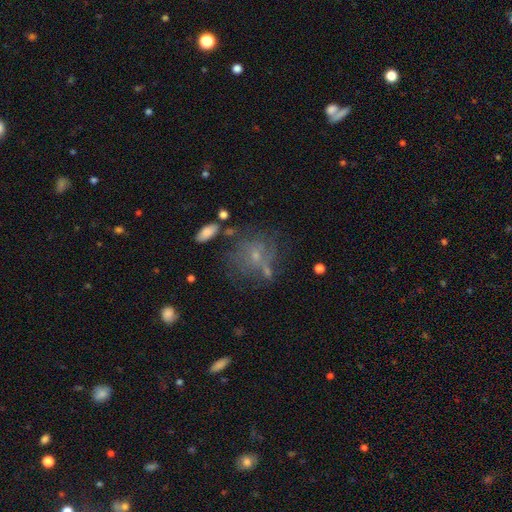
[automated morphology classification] type=featured or disk (42%); merging=none (52%).